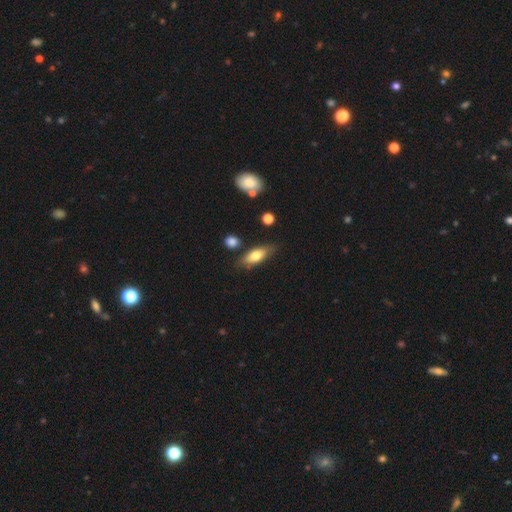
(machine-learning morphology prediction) Smooth or featured? Predicted: smooth (p=0.69). How rounded? Predicted: in between (p=0.70). Merging? Predicted: none (p=0.76).